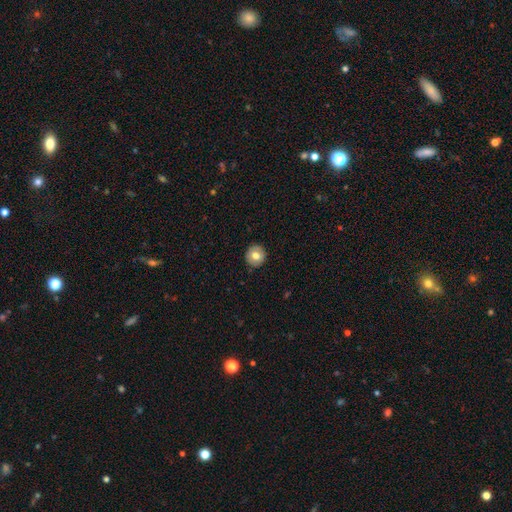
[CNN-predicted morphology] Smooth or featured: smooth — 71% (featured or disk — 21%)
How rounded: round — 93% (in between — 6%)
Merging: none — 90% (minor disturbance — 7%)